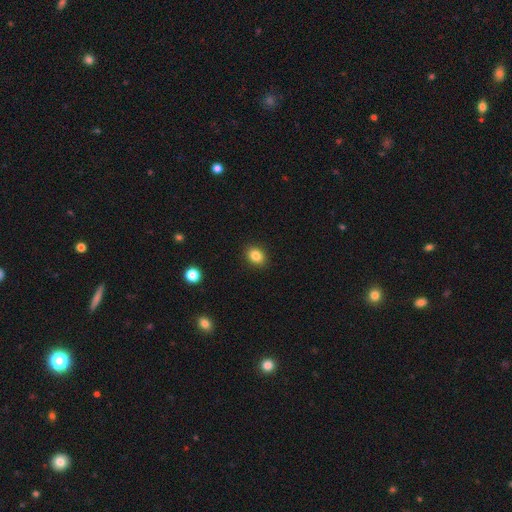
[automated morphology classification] Smooth or featured: smooth — 84% (star or artifact — 10%)
How rounded: in between — 61% (round — 38%)
Merging: none — 90% (minor disturbance — 7%)